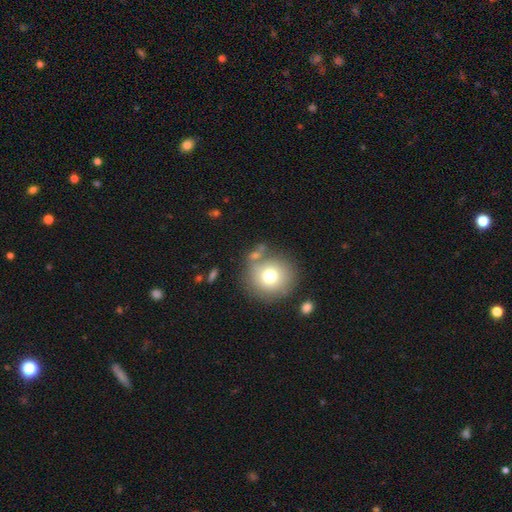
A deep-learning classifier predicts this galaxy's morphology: This is likely a smooth galaxy (72%). How rounded: clearly round (92%). Merging: likely none (73%).